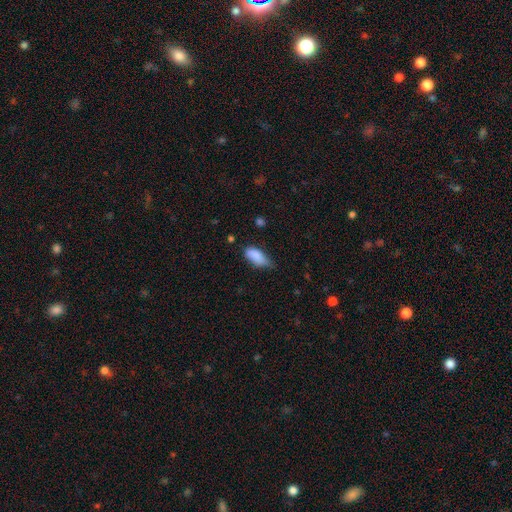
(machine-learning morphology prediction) A smooth galaxy with no disk features (86%) that is in between round and cigar-shaped (86%).

Vote fractions:
- Smooth or featured? smooth: 86% / star or artifact: 7% / featured or disk: 7%
- How rounded? in between: 86% / cigar-shaped: 12% / round: 2%
- Merging? minor disturbance: 47% / none: 41% / major disturbance: 10% / merger: 3%